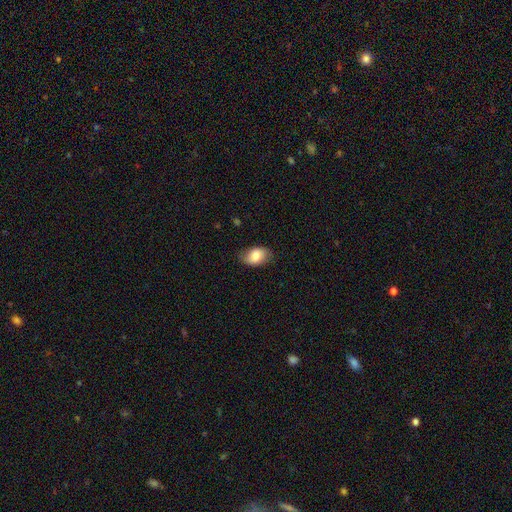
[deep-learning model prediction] The model was most divided on "merging": none: 79%, minor disturbance: 17%, major disturbance: 3%, merger: 1%. More confident: how rounded — in between (87%); smooth or featured — smooth (80%).